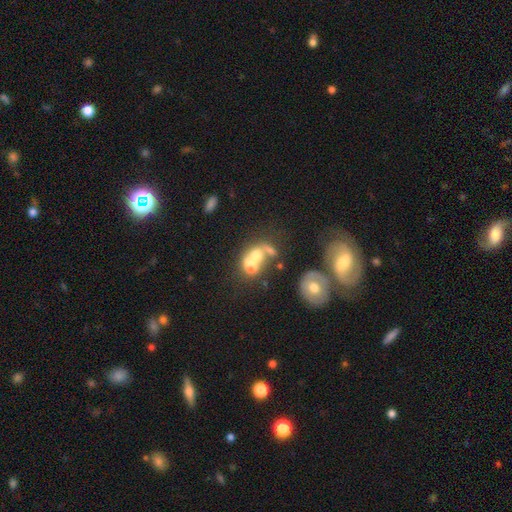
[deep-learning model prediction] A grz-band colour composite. It shows a smooth galaxy with no disk features (54%) that is in between round and cigar-shaped (50%). Merging: merger (70%).